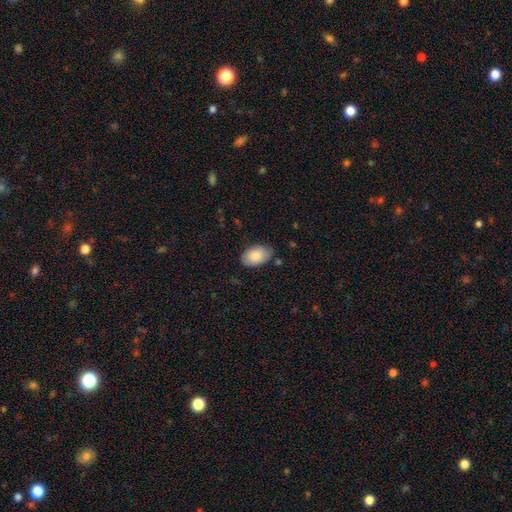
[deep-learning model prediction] Overall: smooth (86%). How rounded: in between (92%). Merging: none (82%).